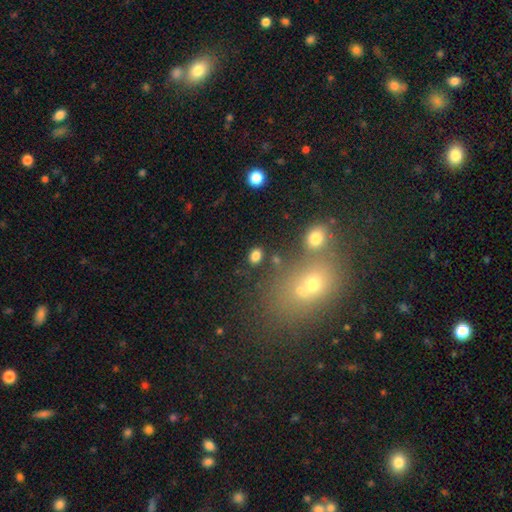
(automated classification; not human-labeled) Smooth or featured? Predicted: smooth (p=0.81). How rounded? Predicted: in between (p=0.72). Merging? Predicted: none (p=0.80).